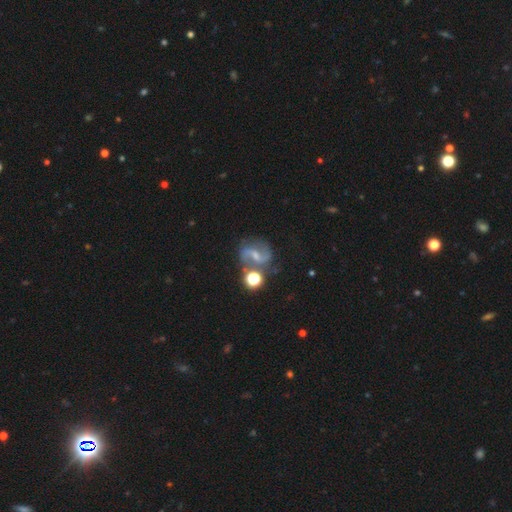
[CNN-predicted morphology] type=featured or disk (82%); edge-on=no (98%); bar=weak (48%); spiral arms=yes (96%); winding=loose (45%, tied with medium); arm count=2 (92%); bulge=small (57%); merging=none (69%).